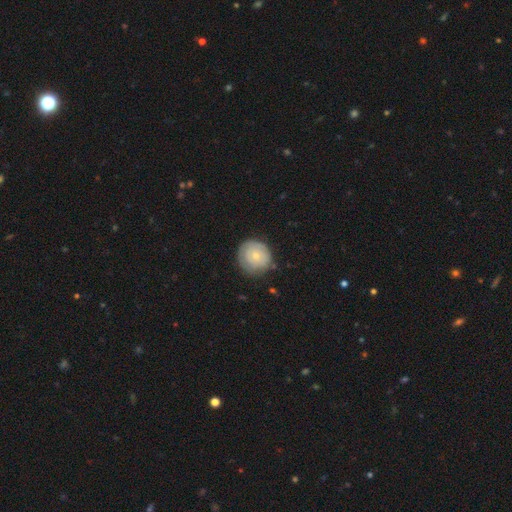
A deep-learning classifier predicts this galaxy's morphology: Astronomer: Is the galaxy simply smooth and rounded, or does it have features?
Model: smooth — 59%.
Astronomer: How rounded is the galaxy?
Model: round — 91%.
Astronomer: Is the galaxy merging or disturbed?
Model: none — 75%.